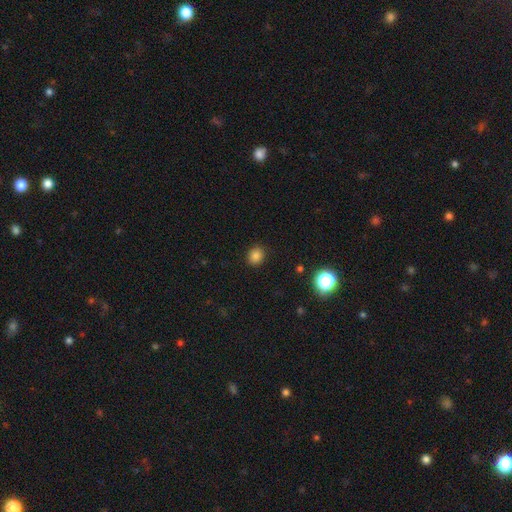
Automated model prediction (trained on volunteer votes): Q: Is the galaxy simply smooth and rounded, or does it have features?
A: smooth — 82%.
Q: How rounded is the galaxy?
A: round — 74%.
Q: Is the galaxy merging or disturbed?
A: none — 90%.